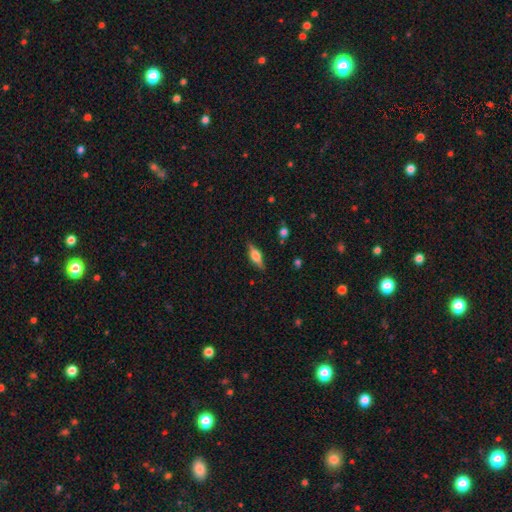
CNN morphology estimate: Overall: smooth (49%; featured or disk 44%). Merging: none (85%).